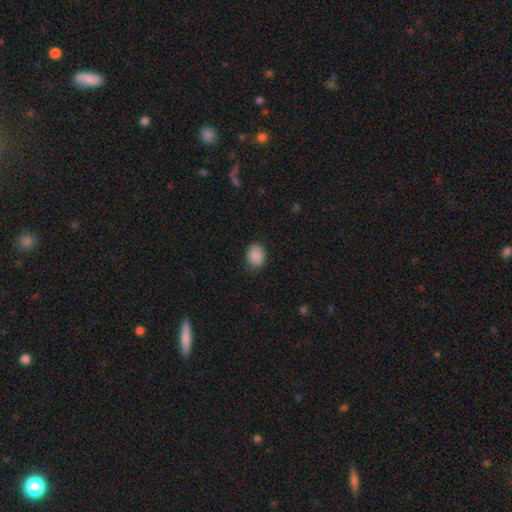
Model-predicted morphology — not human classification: This is clearly a smooth galaxy (89%). How rounded: possibly in between (56%). Merging: clearly none (84%).